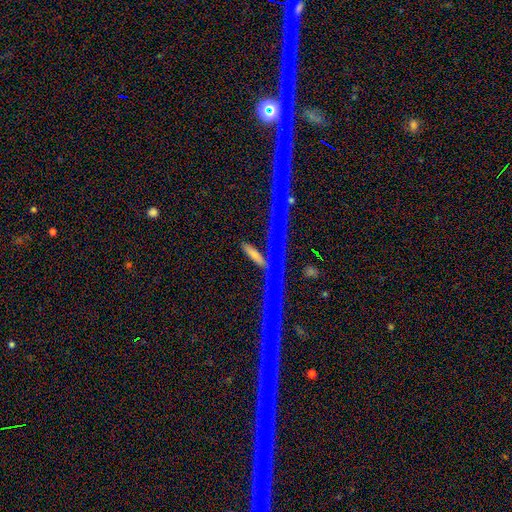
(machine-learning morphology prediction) Smooth or featured? Predicted: star or artifact (p=0.48).